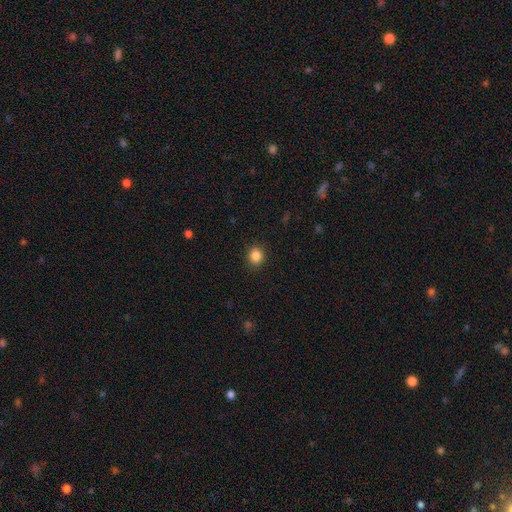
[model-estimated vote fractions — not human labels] Smooth or featured: smooth — 86% (star or artifact — 11%)
How rounded: round — 78% (in between — 21%)
Merging: none — 89% (minor disturbance — 8%)